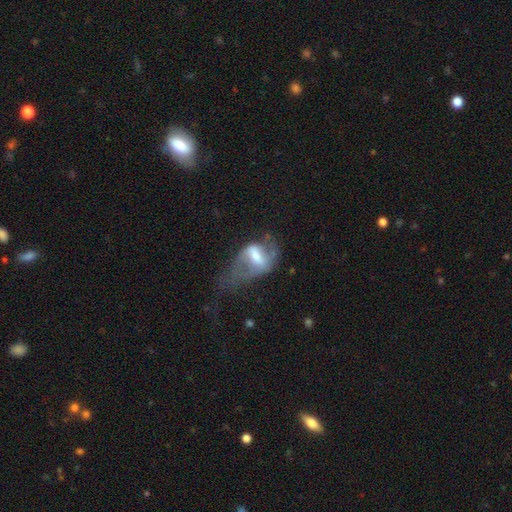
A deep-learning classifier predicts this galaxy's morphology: This is possibly a featured or disk galaxy (58%). It is clearly not viewed edge-on (94%). Bar: marginally weak (43%). Spiral arm pattern: possibly yes (56%). Central bulge: possibly moderate (48%). Merging: possibly major disturbance (54%).